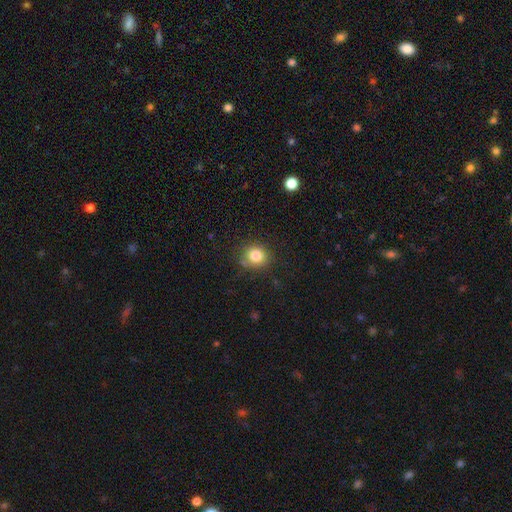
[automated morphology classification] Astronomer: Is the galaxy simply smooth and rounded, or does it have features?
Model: smooth — 81%.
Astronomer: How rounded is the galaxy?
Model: round — 80%.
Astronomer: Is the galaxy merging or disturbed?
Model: none — 80%.